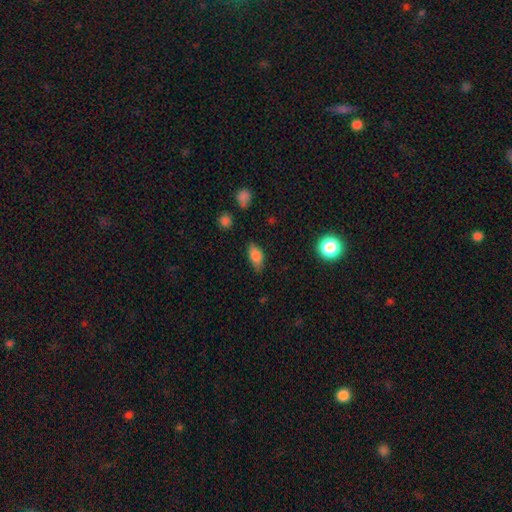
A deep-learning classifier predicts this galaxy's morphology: type=smooth (81%); roundness=in between (86%); merging=none (75%).